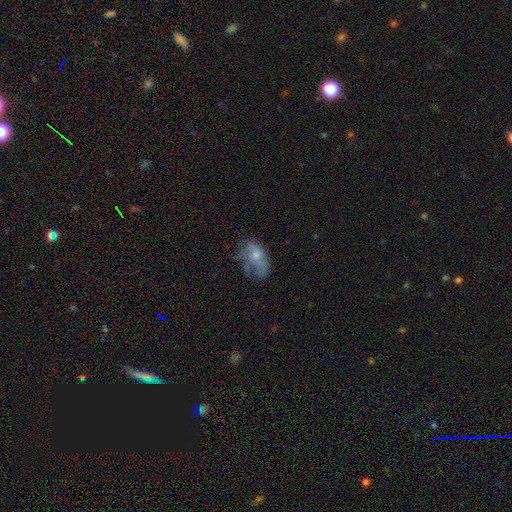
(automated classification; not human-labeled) Smooth or featured? Predicted: smooth (p=0.49). Merging? Predicted: none (p=0.40).